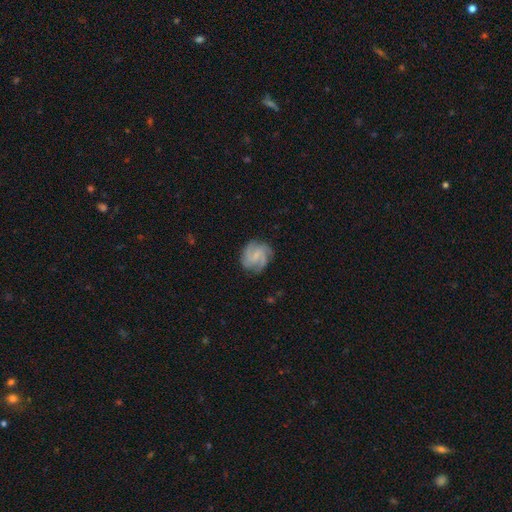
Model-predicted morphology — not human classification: type=featured or disk (76%); edge-on=no (98%); bar=no (47%); spiral arms=yes (96%); winding=medium (46%); arm count=3 (45%); bulge=small (58%); merging=none (77%).